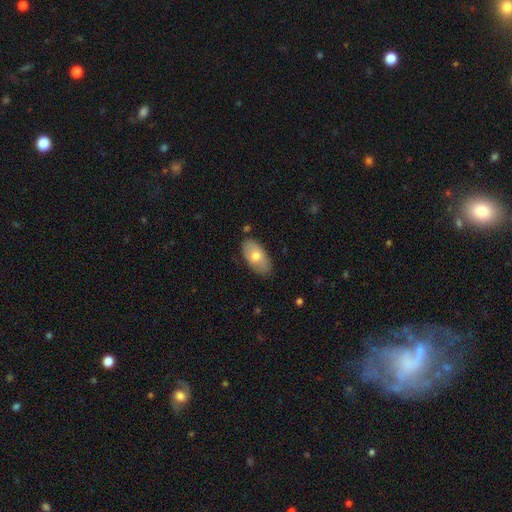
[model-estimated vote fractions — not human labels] The model was most divided on "smooth or featured": smooth: 72%, featured or disk: 22%, star or artifact: 6%. More confident: how rounded — in between (93%); merging — none (81%).